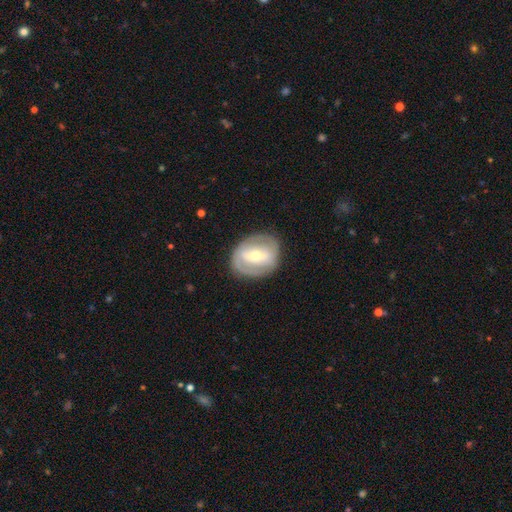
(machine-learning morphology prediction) Smooth or featured: featured or disk — 71% (smooth — 23%)
Edge-on disk: no — 95% (yes — 5%)
Bar: strong — 50% (weak — 34%)
Spiral arms: yes — 62% (no — 38%)
Bulge size: moderate — 57% (small — 37%)
Merging: none — 81% (minor disturbance — 13%)